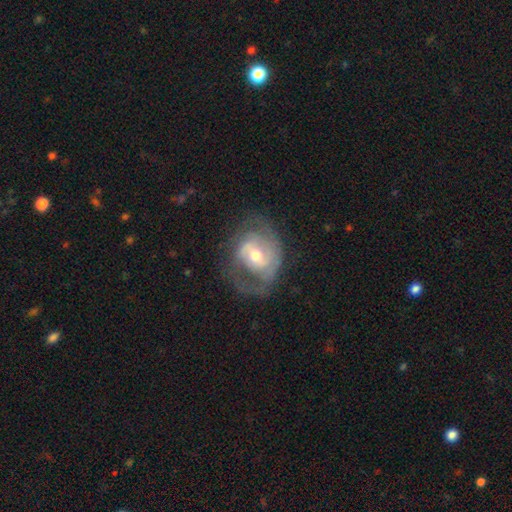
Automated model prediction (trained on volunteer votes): Morphology: type=featured or disk (73%); edge-on=no (96%); bar=no (46%); spiral arms=yes (78%); winding=medium (39%, tied with tight); arm count=2 (54%); bulge=moderate (67%); merging=none (53%).